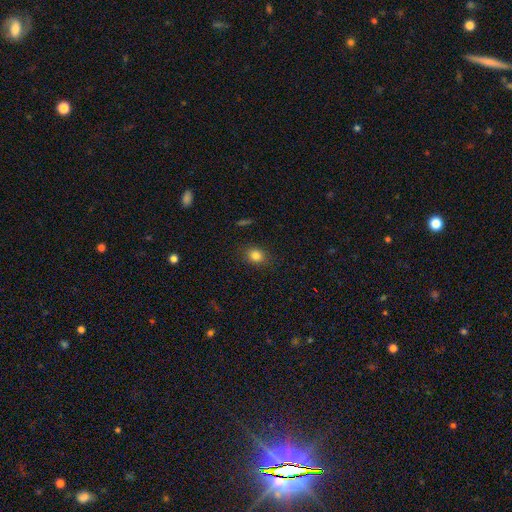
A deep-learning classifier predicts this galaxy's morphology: A smooth galaxy with no disk features (82%) that is in between round and cigar-shaped (56%). Merging: none (85%).